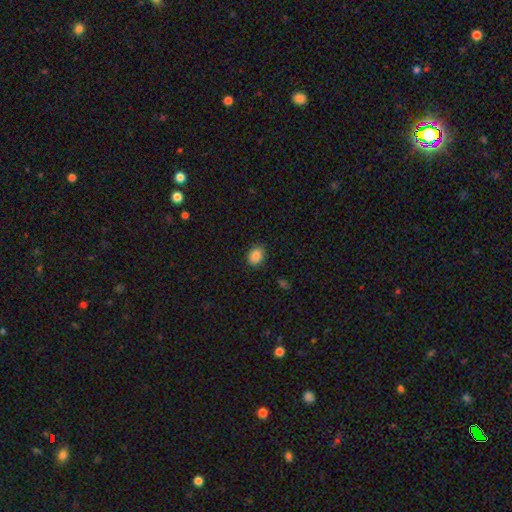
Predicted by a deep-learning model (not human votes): This is clearly a smooth galaxy (87%). How rounded: possibly in between (59%). Merging: clearly none (87%).